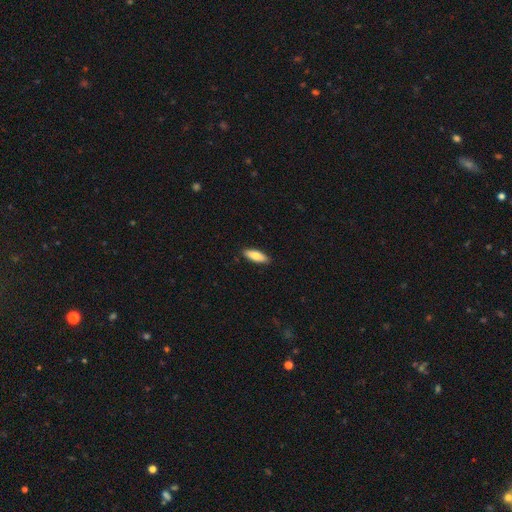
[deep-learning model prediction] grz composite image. It shows a smooth galaxy with no disk features (80%) that is in between round and cigar-shaped (63%). Merging: none (89%).